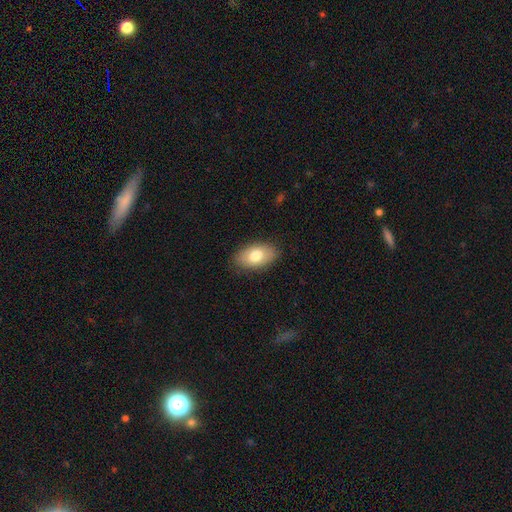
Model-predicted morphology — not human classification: Q: Smooth or featured?
A: smooth (77%); runner-up: featured or disk (17%)
Q: How rounded?
A: in between (93%); runner-up: round (5%)
Q: Merging?
A: none (86%); runner-up: minor disturbance (11%)